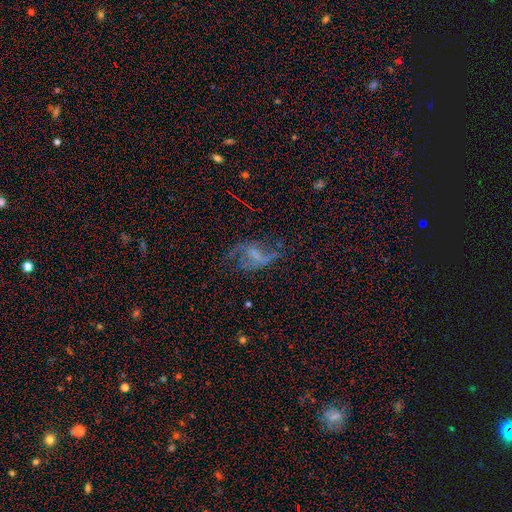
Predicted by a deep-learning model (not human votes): smooth-or-featured: featured or disk: 55% | smooth: 25% | star or artifact: 20%
  disk-edge-on: no: 95% | yes: 5%
    bar: no: 45% | weak: 35% | strong: 19%
    has-spiral-arms: yes: 55% | no: 45%
    bulge-size: none: 59% | small: 23% | moderate: 12% | large: 4% | dominant: 1%
  merging: major disturbance: 39% | none: 38% | minor disturbance: 19% | merger: 4%